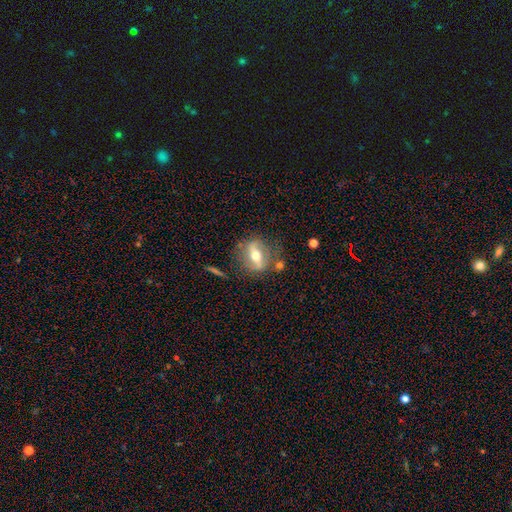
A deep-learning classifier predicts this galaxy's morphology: This appears to be a featured or disk galaxy (64%). Merging: none (71%).